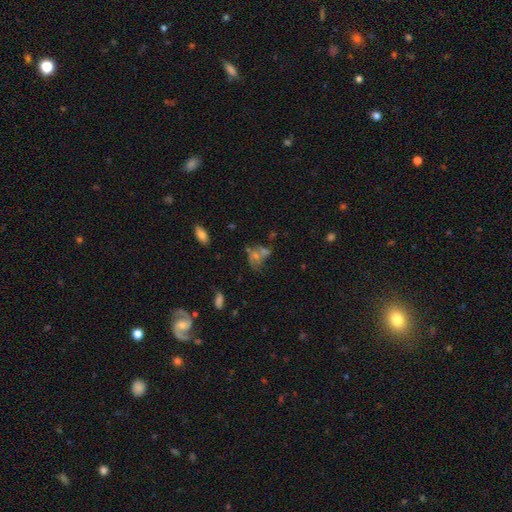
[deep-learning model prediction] Smooth or featured? smooth (42%)
Merging? none (37%)